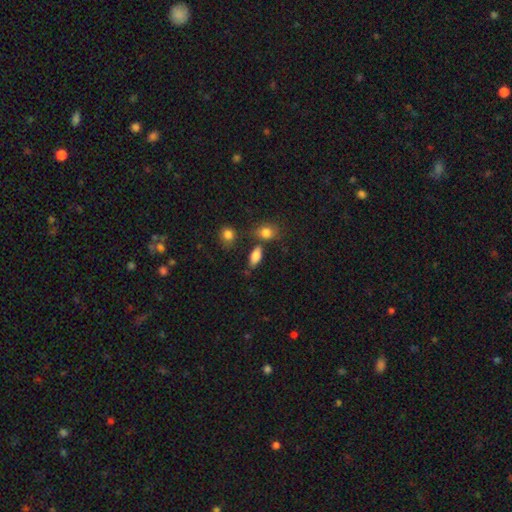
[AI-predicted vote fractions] Overall: smooth (82%). How rounded: in between (85%). Merging: none (67%).